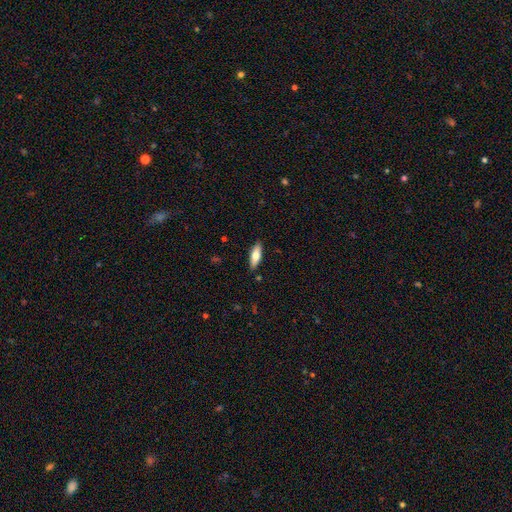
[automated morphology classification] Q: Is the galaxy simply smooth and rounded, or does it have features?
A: smooth — 66%.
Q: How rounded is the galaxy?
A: in between — 58%.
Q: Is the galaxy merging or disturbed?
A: none — 88%.